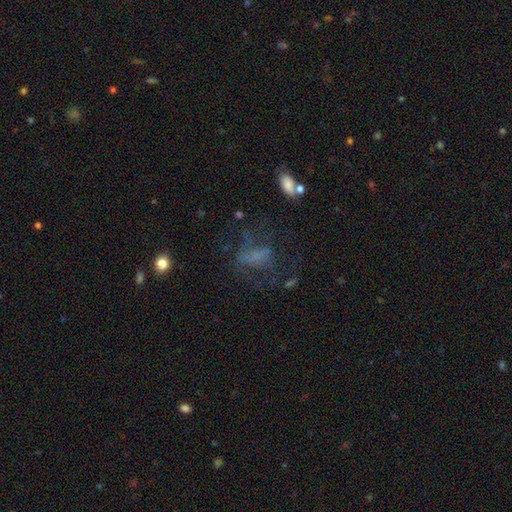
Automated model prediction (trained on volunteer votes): Q: Smooth or featured?
A: featured or disk (41%); runner-up: smooth (35%)
Q: Merging?
A: none (43%); runner-up: major disturbance (34%)